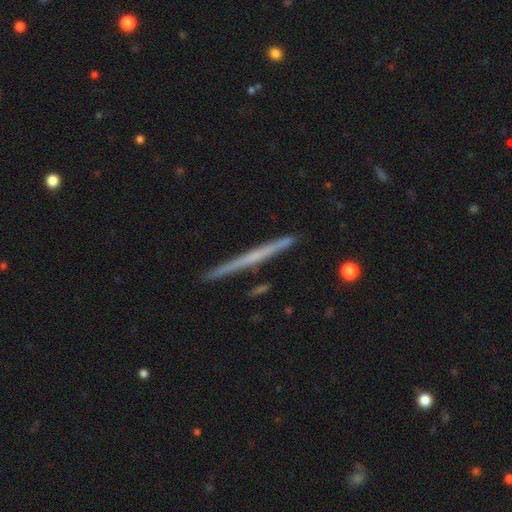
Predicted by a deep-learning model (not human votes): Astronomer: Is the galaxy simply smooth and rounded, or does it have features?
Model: featured or disk — 59% (runner-up: smooth, 35%).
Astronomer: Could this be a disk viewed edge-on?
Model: yes — 98%.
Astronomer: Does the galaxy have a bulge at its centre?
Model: none — 84%.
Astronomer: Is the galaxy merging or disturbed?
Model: none — 92%.